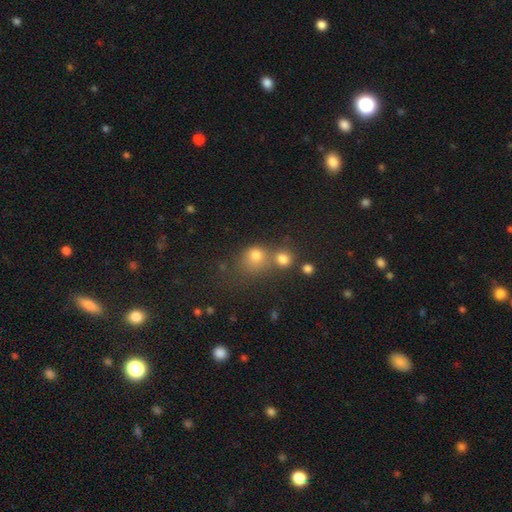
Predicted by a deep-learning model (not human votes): The model was most divided on "merging" (2-way tie): merger: 41%, none: 41%, minor disturbance: 11%, major disturbance: 7%. More confident: smooth or featured — smooth (75%); how rounded — round (75%).